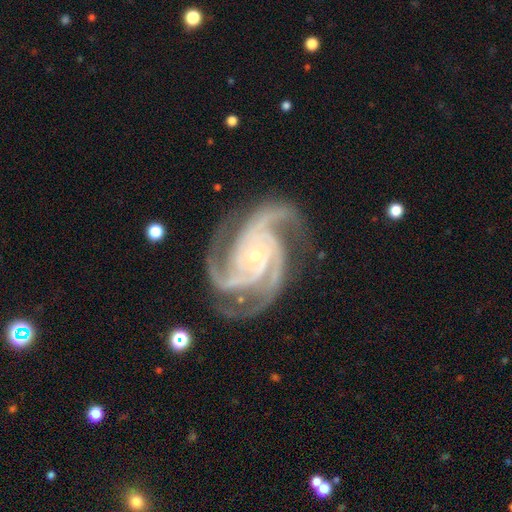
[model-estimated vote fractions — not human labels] This is clearly a featured or disk galaxy (94%). It is clearly not viewed edge-on (98%). Bar: likely no (72%). Spiral arm pattern: clearly yes (99%). Spiral arm count: possibly 3 (57%). Spiral winding: possibly tight (52%). Central bulge: clearly small (82%). Merging: likely none (75%).